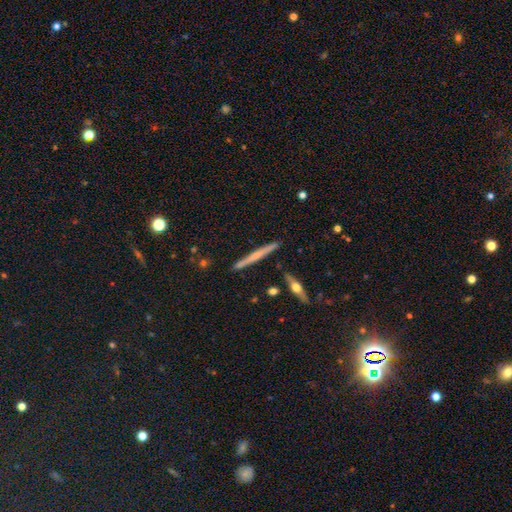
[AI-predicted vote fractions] Smooth or featured?
  - featured or disk: 56% *
  - smooth: 37%
  - star or artifact: 7%
Edge-on disk?
  - yes: 98% *
  - no: 2%
Edge-on bulge?
  - none: 52% *
  - rounded: 41%
  - boxy: 7%
Merging?
  - none: 90% *
  - minor disturbance: 7%
  - merger: 2%
  - major disturbance: 1%